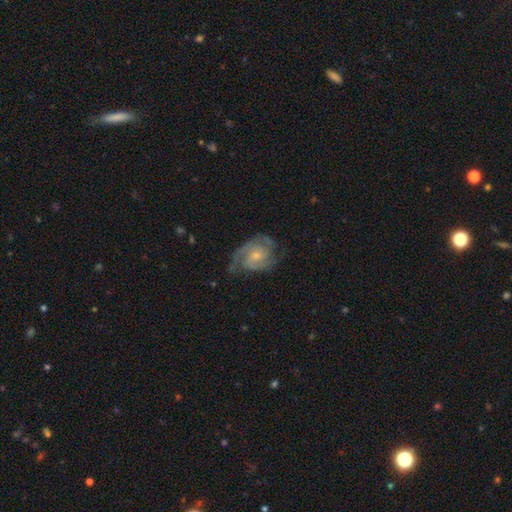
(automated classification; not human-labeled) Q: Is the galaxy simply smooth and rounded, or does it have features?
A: featured or disk — 82%.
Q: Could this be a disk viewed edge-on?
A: no — 98%.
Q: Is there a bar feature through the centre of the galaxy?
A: no — 64%.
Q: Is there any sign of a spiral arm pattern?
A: yes — 95%.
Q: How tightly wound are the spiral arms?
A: medium — 43%, tied with tight.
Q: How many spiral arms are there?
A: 2 — 54%.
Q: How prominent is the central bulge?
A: small — 58%.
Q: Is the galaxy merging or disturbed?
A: none — 60%.